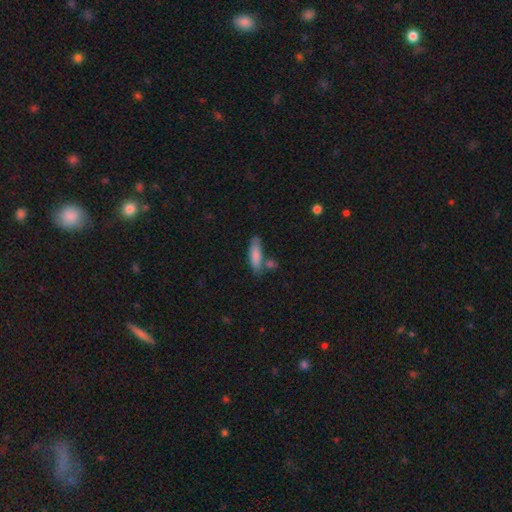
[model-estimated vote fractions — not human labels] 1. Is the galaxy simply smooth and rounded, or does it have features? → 82% smooth, 11% featured or disk, 6% star or artifact.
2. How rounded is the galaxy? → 57% cigar-shaped, 41% in between, 2% round.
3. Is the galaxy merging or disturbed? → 64% none, 18% minor disturbance, 13% merger, 5% major disturbance.